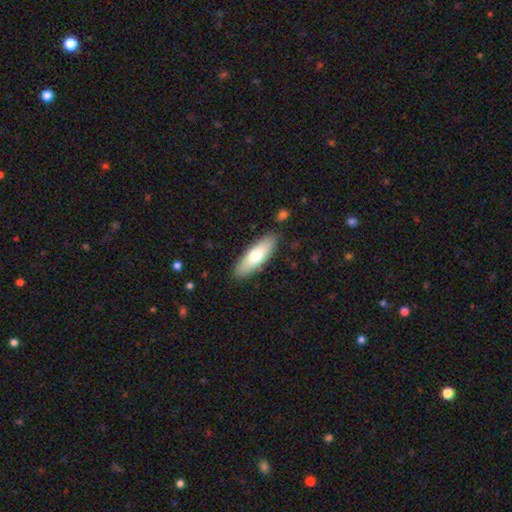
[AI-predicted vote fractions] This appears to be a smooth galaxy with no disk features (68%) that is in between round and cigar-shaped (58%). Merging: none (86%).